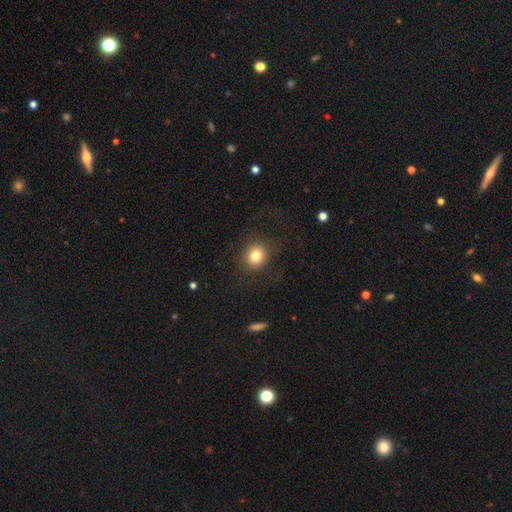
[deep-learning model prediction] Smooth or featured?
  - smooth: 81% *
  - star or artifact: 11%
  - featured or disk: 8%
How rounded?
  - round: 78% *
  - in between: 21%
  - cigar-shaped: 1%
Merging?
  - none: 84% *
  - minor disturbance: 9%
  - major disturbance: 5%
  - merger: 1%